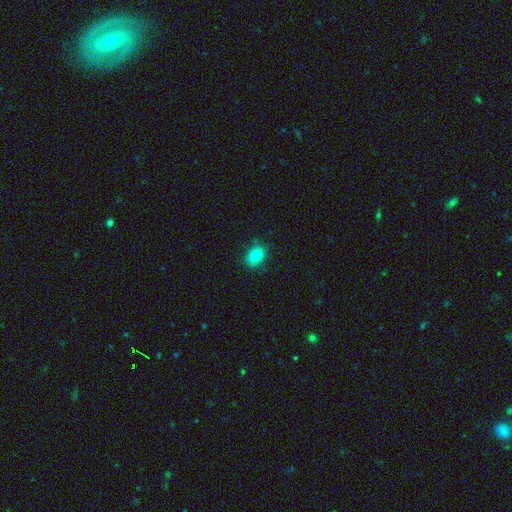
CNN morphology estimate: Q: Smooth or featured?
A: smooth (82%); runner-up: star or artifact (10%)
Q: How rounded?
A: in between (66%); runner-up: round (33%)
Q: Merging?
A: none (87%); runner-up: minor disturbance (10%)